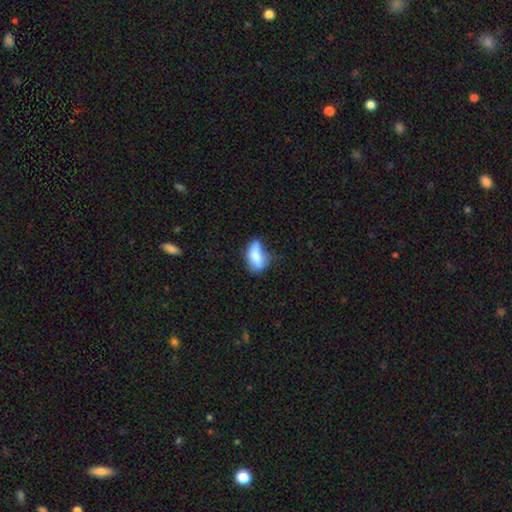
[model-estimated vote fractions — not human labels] A smooth galaxy with no disk features (71%) that is in between round and cigar-shaped (83%).

Vote fractions:
- Smooth or featured? smooth: 71% / featured or disk: 20% / star or artifact: 8%
- How rounded? in between: 83% / cigar-shaped: 12% / round: 5%
- Merging? none: 38% / minor disturbance: 37% / major disturbance: 19% / merger: 6%